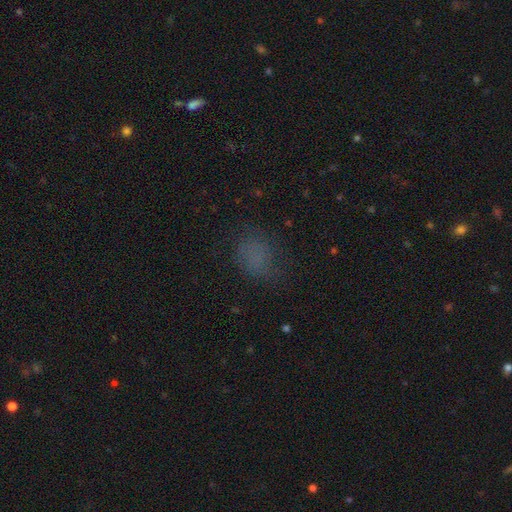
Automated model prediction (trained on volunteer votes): smooth 69%, star or artifact 21%, featured or disk 9%. Down the decision tree: how rounded — in between (50%); merging — none (70%).